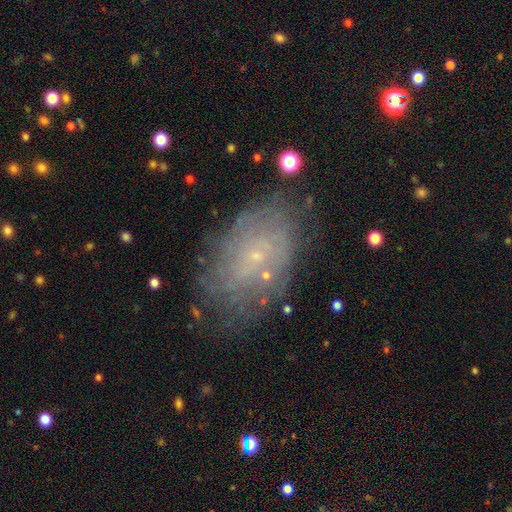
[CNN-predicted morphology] Overall: featured or disk (52%; smooth 35%). Edge-on disk: no (94%). Merging: none (70%).